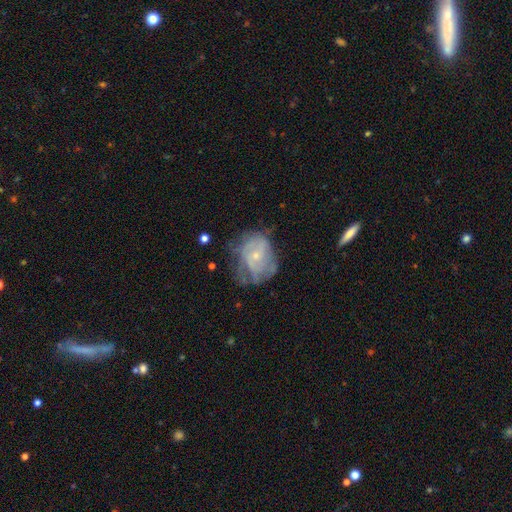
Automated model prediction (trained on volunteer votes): A featured or disk galaxy (67%) with no bar (75%), spiral arms (68%) and a small central bulge (74%). Merging: none (45%).